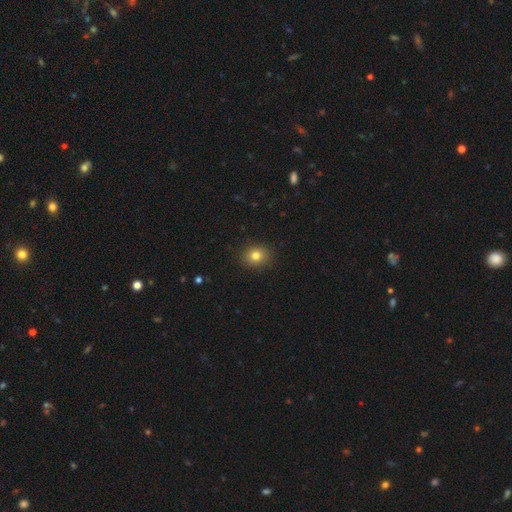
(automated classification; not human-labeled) smooth_or_featured: smooth (p=0.80) [alt: star or artifact p=0.12]
how_rounded: round (p=0.72) [alt: in between p=0.27]
merging: none (p=0.90) [alt: minor disturbance p=0.07]